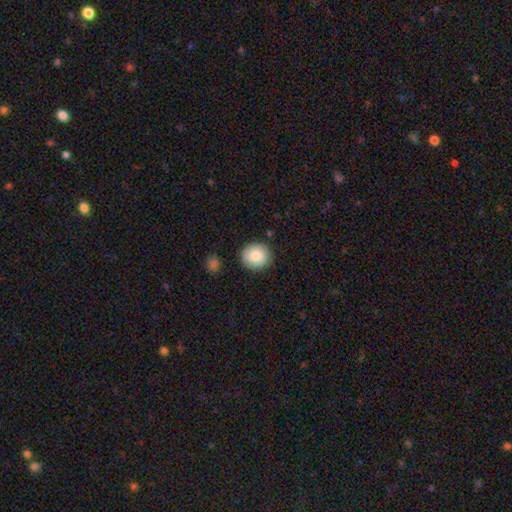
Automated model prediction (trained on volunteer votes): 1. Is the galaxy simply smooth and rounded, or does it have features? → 84% smooth, 8% featured or disk, 8% star or artifact.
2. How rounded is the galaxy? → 90% round, 9% in between, 1% cigar-shaped.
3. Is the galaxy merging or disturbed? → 88% none, 8% minor disturbance, 2% major disturbance, 2% merger.